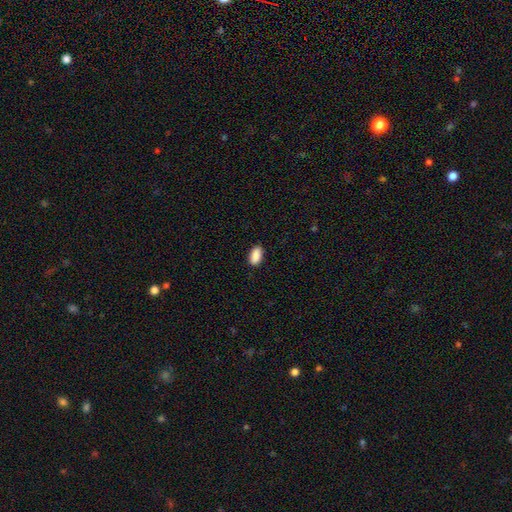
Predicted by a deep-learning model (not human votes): Smooth or featured? smooth (90%)
How rounded? in between (93%)
Merging? none (88%)